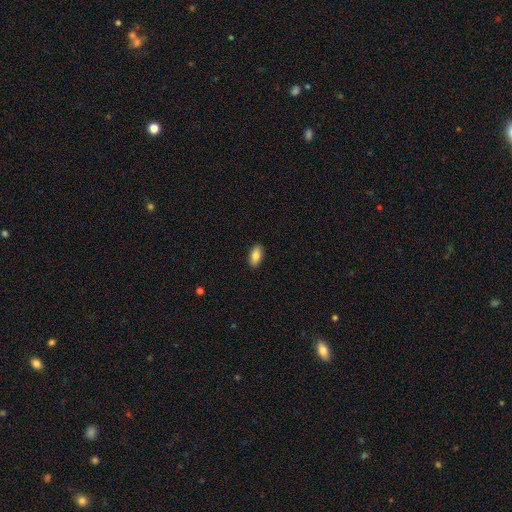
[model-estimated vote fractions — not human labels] Smooth or featured? smooth (84%)
How rounded? in between (90%)
Merging? none (90%)